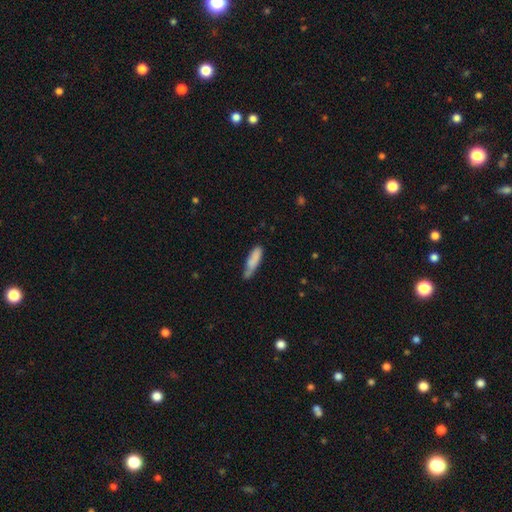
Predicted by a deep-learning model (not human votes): smooth 59%, star or artifact 21%, featured or disk 21%. Down the decision tree: how rounded — cigar-shaped (58%); merging — none (79%).